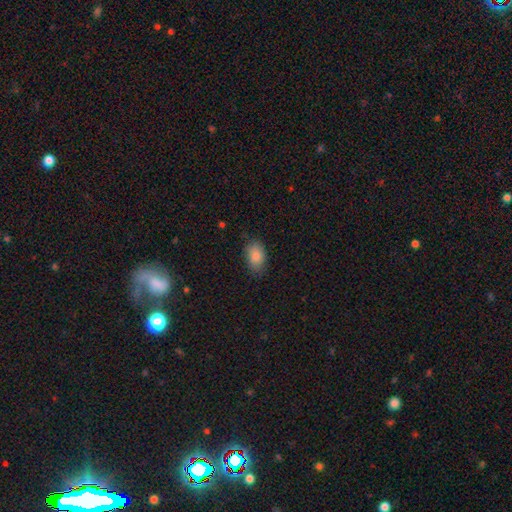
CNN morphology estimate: type=smooth (86%); roundness=in between (88%); merging=none (78%).